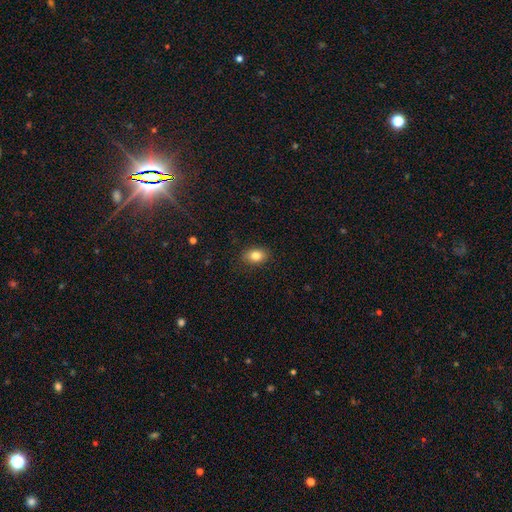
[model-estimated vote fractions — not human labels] A smooth galaxy with no disk features (83%) that is in between round and cigar-shaped (78%).

Vote fractions:
- Smooth or featured? smooth: 83% / star or artifact: 9% / featured or disk: 8%
- How rounded? in between: 78% / round: 21% / cigar-shaped: 1%
- Merging? none: 87% / minor disturbance: 10% / major disturbance: 2% / merger: 1%